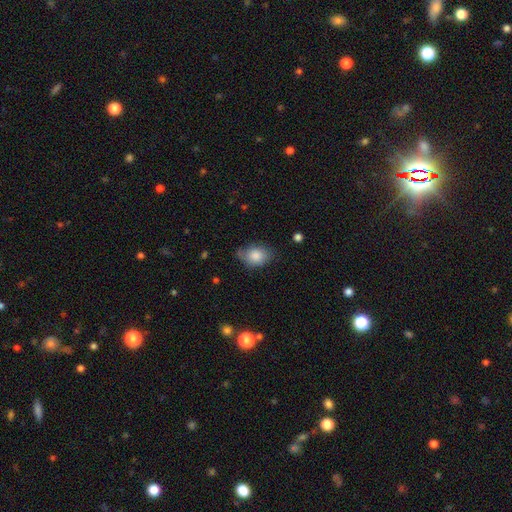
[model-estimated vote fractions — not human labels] The model was most divided on "merging": none: 62%, minor disturbance: 30%, major disturbance: 7%, merger: 2%. More confident: smooth or featured — smooth (83%); how rounded — in between (76%).